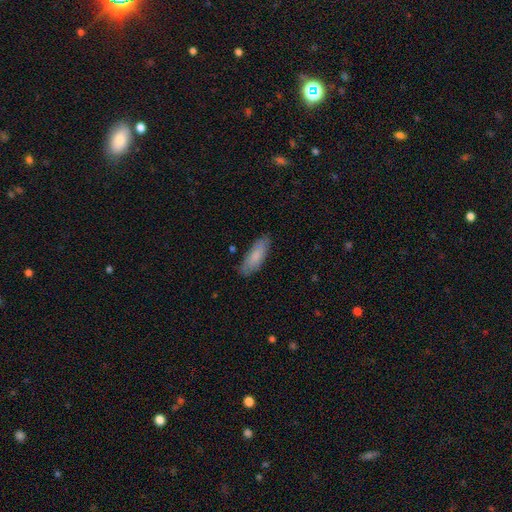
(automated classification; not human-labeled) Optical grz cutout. It shows a smooth galaxy with no disk features (80%) that is in between round and cigar-shaped (59%). Merging: none (81%).